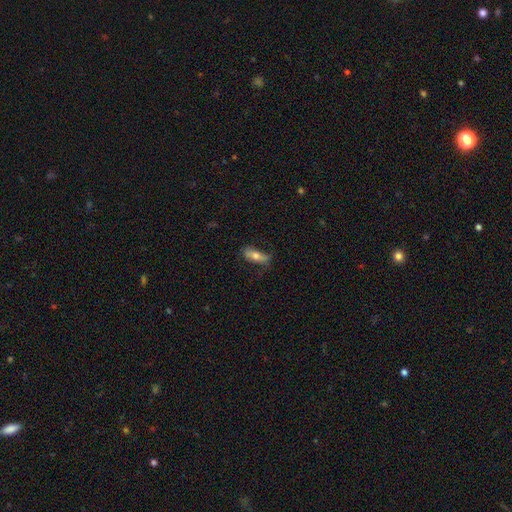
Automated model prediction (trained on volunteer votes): This appears to be a smooth galaxy with no disk features (64%) that is in between round and cigar-shaped (62%). Merging: none (66%).